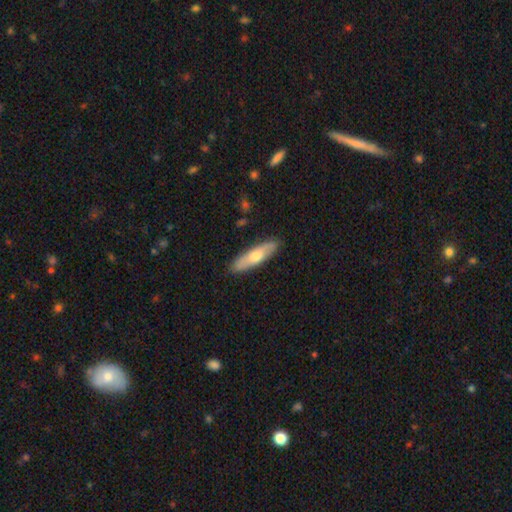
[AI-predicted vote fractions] Overall: smooth (61%; featured or disk 33%). How rounded: cigar-shaped (69%). Merging: none (88%).